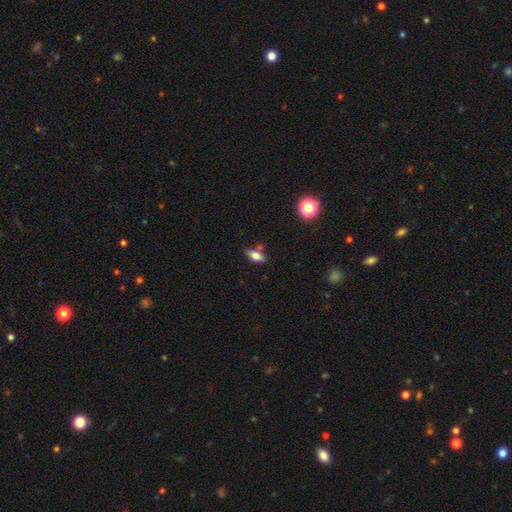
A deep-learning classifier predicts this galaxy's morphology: type=smooth (73%); roundness=in between (83%); merging=none (70%).